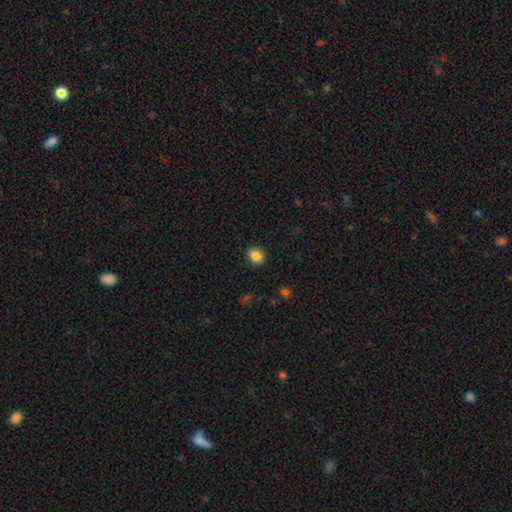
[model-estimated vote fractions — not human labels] smooth_or_featured: smooth (p=0.86) [alt: star or artifact p=0.10]
how_rounded: round (p=0.80) [alt: in between p=0.19]
merging: none (p=0.91) [alt: minor disturbance p=0.06]